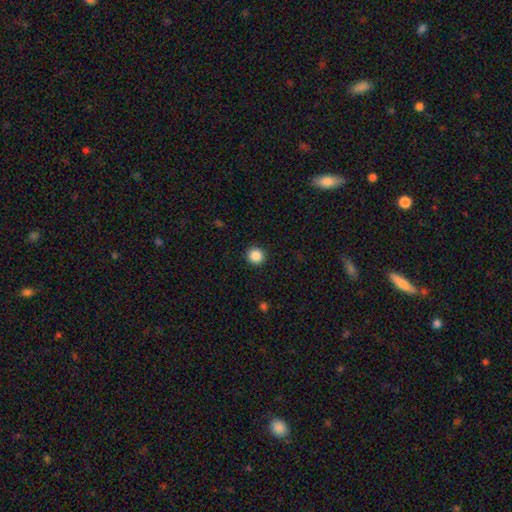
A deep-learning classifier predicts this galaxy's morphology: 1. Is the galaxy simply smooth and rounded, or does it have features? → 87% smooth, 10% star or artifact, 3% featured or disk.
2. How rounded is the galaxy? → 95% round, 4% in between, 1% cigar-shaped.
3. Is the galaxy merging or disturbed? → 93% none, 5% minor disturbance, 2% major disturbance, 1% merger.